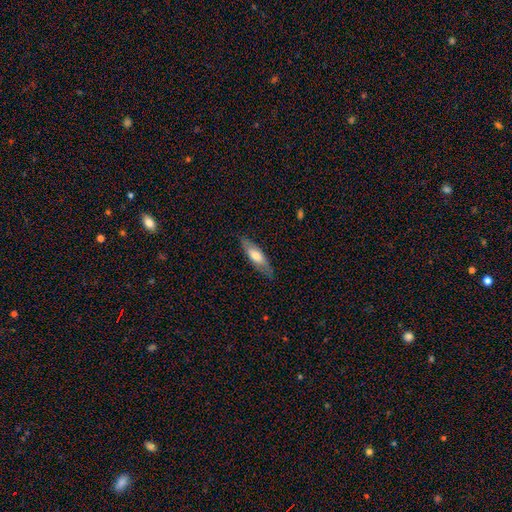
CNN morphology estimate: type=smooth (60%); roundness=in between (49%, tied with cigar-shaped); merging=none (81%).